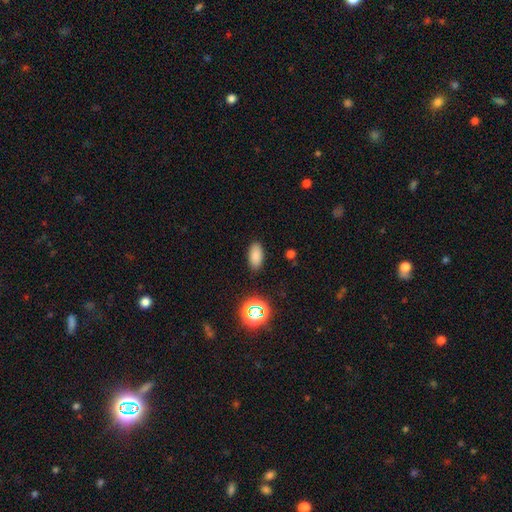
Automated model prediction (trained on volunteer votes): smooth 82%, star or artifact 13%, featured or disk 5%. Down the decision tree: how rounded — in between (91%); merging — none (88%).